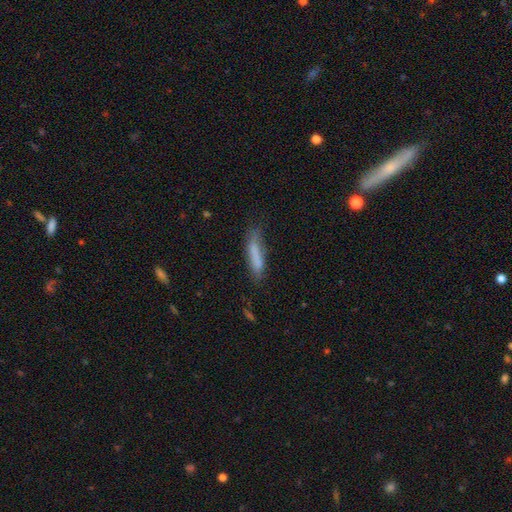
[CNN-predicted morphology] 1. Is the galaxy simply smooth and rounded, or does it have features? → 74% smooth, 18% featured or disk, 8% star or artifact.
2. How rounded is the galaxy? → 83% cigar-shaped, 16% in between, 2% round.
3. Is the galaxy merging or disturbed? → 58% none, 28% minor disturbance, 10% major disturbance, 4% merger.